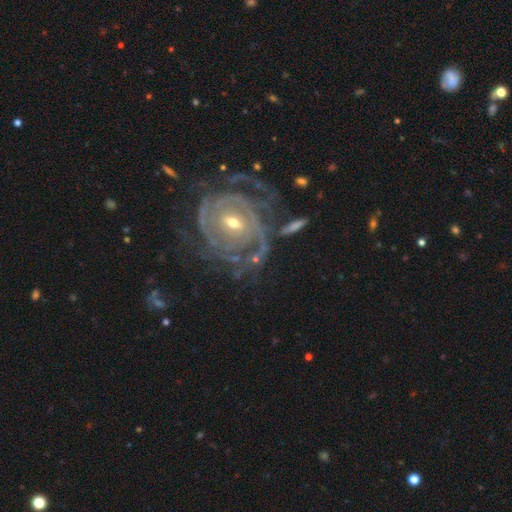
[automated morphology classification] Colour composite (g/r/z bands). It shows a featured or disk galaxy (89%) with no bar (43%), tight (74%) spiral arms (95%) and a moderate central bulge (50%). Merging: none (58%).